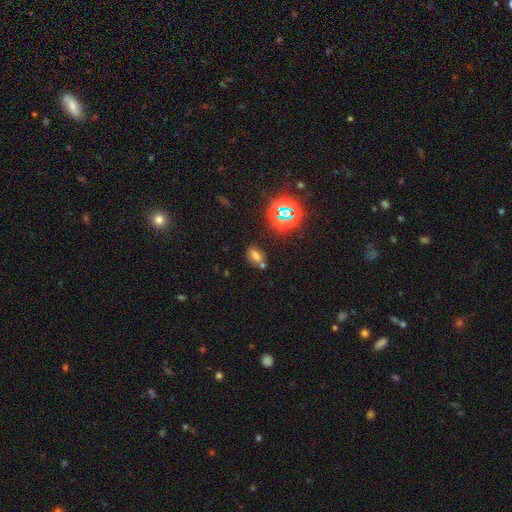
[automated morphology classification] Smooth or featured: smooth — 48% (star or artifact — 32%)
Merging: none — 61% (merger — 19%)